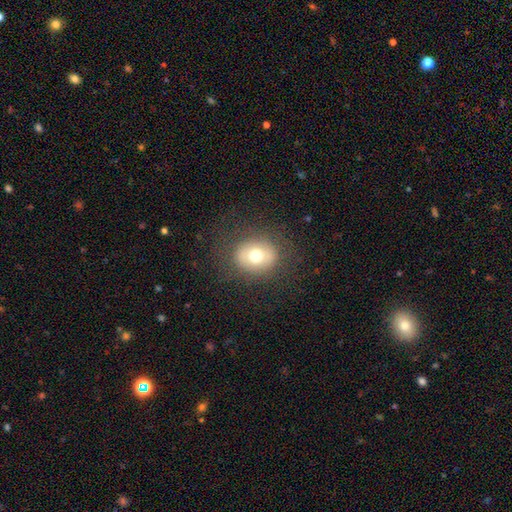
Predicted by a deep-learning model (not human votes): A smooth galaxy with no disk features (68%) that is round (70%).

Vote fractions:
- Smooth or featured? smooth: 68% / featured or disk: 20% / star or artifact: 13%
- How rounded? round: 70% / in between: 29% / cigar-shaped: 1%
- Merging? none: 81% / minor disturbance: 11% / major disturbance: 7% / merger: 1%